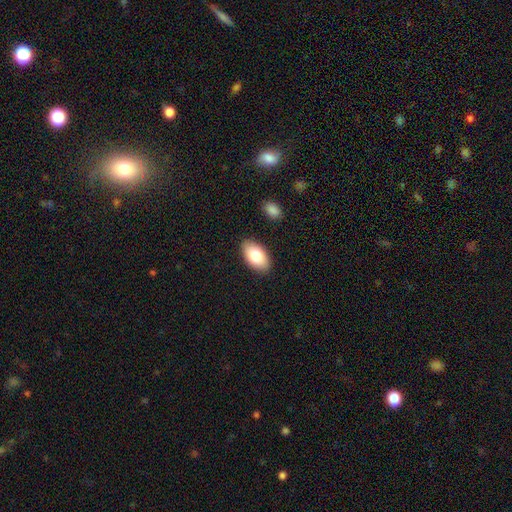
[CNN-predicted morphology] This appears to be a smooth galaxy with no disk features (80%) that is in between round and cigar-shaped (94%). Merging: none (87%).